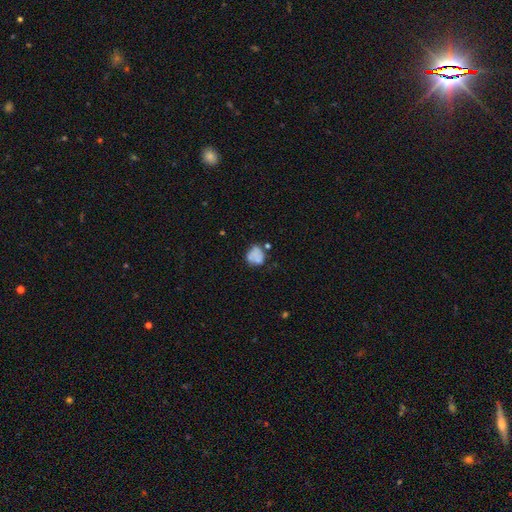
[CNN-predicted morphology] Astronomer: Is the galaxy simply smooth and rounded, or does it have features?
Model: smooth — 66%.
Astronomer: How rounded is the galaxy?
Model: round — 63%.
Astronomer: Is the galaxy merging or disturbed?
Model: none — 46% (runner-up: minor disturbance, 27%).